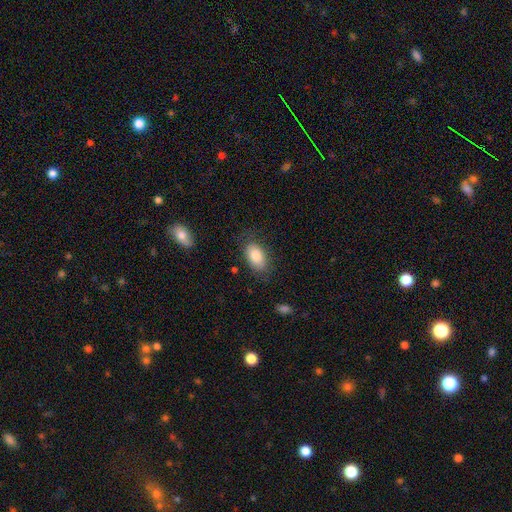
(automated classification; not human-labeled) Smooth or featured? Predicted: smooth (p=0.82). How rounded? Predicted: in between (p=0.92). Merging? Predicted: none (p=0.77).